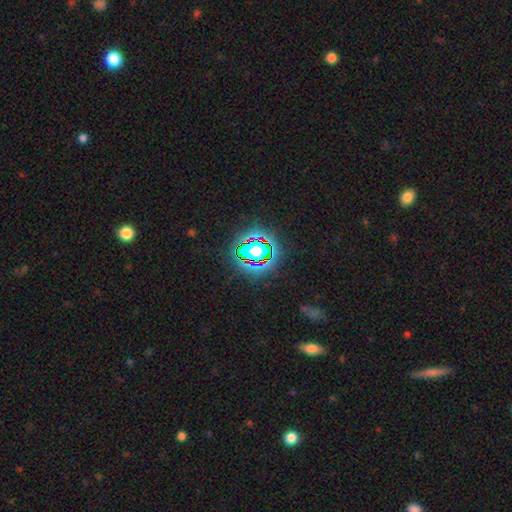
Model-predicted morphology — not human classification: Smooth or featured? star or artifact (78%)